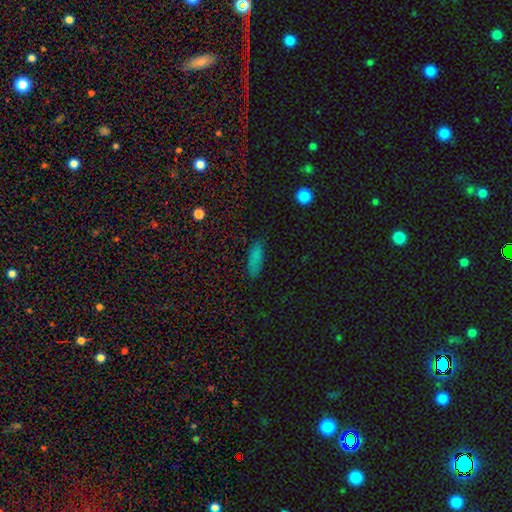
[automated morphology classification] Smooth or featured: smooth — 75% (star or artifact — 16%)
How rounded: cigar-shaped — 54% (in between — 42%)
Merging: none — 83% (minor disturbance — 12%)